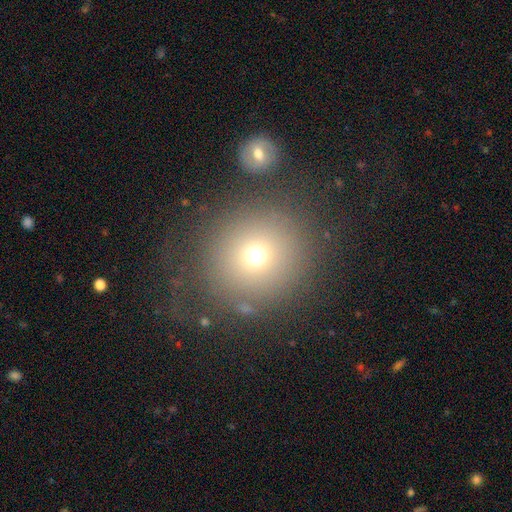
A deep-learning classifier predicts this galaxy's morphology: type=smooth (67%); roundness=round (90%); merging=none (75%).